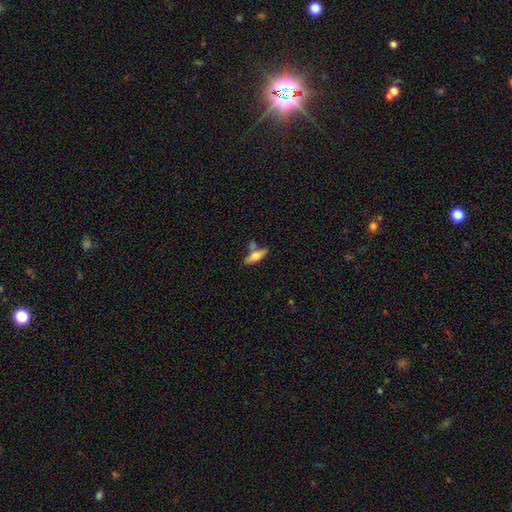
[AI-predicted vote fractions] A smooth galaxy with no disk features (57%) that is cigar-shaped (49%). Merging: none (62%).